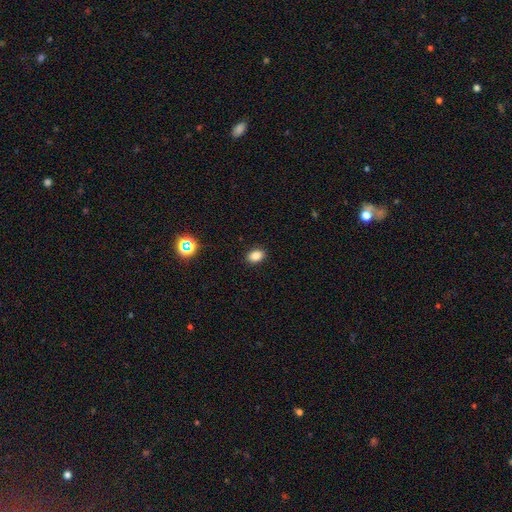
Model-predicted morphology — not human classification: Smooth or featured?
  - smooth: 84% *
  - star or artifact: 12%
  - featured or disk: 5%
How rounded?
  - in between: 74% *
  - round: 24%
  - cigar-shaped: 1%
Merging?
  - none: 90% *
  - minor disturbance: 7%
  - major disturbance: 2%
  - merger: 1%